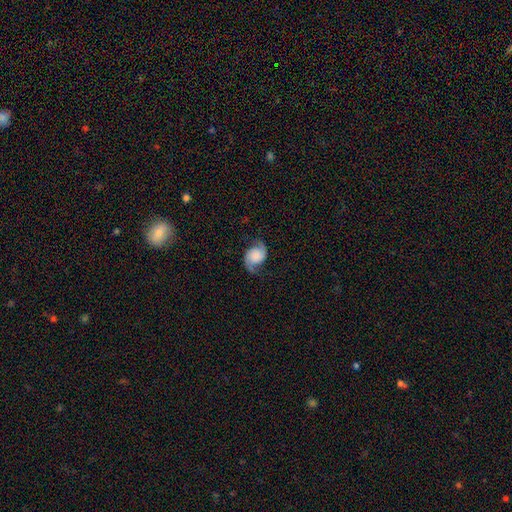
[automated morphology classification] A featured or disk galaxy (76%) with no bar (73%), 2 (93%) loose (48%) spiral arms (96%) and no central bulge (37%).

Vote fractions:
- Smooth or featured? featured or disk: 76% / smooth: 17% / star or artifact: 8%
- Edge-on disk? no: 98% / yes: 2%
- Bar? no: 73% / weak: 21% / strong: 6%
- Spiral arms? yes: 96% / no: 4%
- Spiral winding? loose: 48% / medium: 38% / tight: 14%
- Spiral arm count? 2: 93% / 1: 2% / can't tell: 2% / 3: 1% / 4: 1% / more than 4: 1%
- Bulge size? none: 37% / large: 24% / dominant: 17% / small: 12% / moderate: 10%
- Merging? none: 75% / minor disturbance: 17% / major disturbance: 7% / merger: 1%